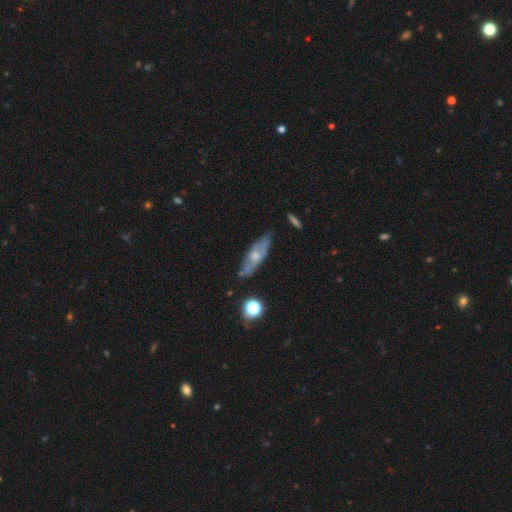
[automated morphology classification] Smooth or featured? Predicted: featured or disk (p=0.52). Edge-on disk? Predicted: no (p=0.56). Merging? Predicted: none (p=0.74).